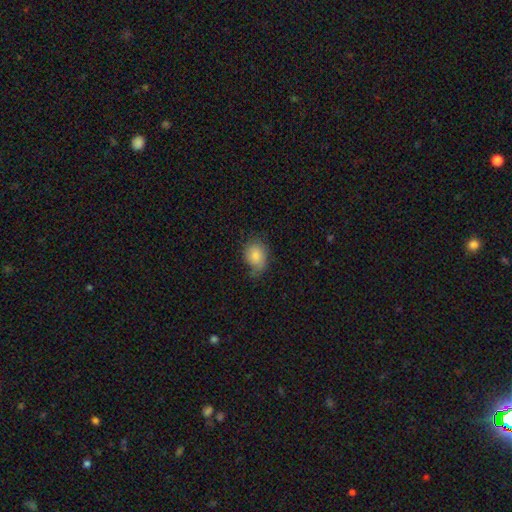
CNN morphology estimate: Overall: smooth (81%). How rounded: in between (58%; round 41%). Merging: none (55%; minor disturbance 33%).